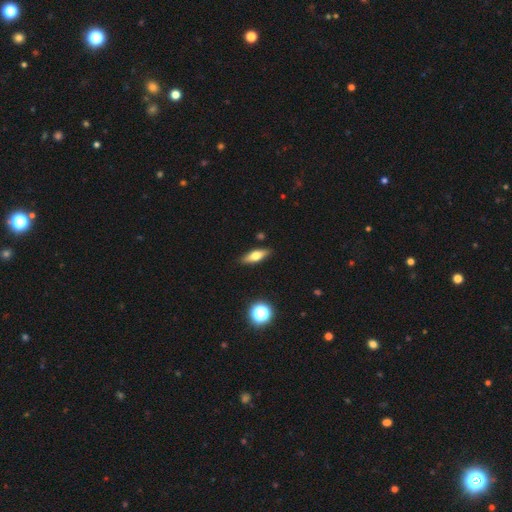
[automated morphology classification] Smooth or featured?
  - smooth: 53% *
  - featured or disk: 39%
  - star or artifact: 8%
How rounded?
  - in between: 53% *
  - cigar-shaped: 42%
  - round: 5%
Merging?
  - none: 89% *
  - minor disturbance: 8%
  - major disturbance: 2%
  - merger: 1%